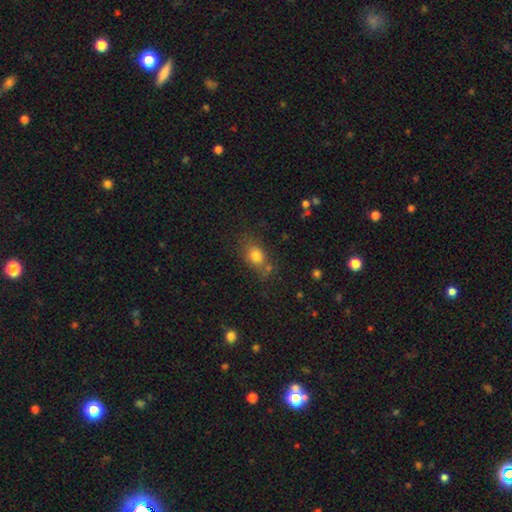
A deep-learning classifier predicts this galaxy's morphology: smooth-or-featured: smooth: 78% | star or artifact: 11% | featured or disk: 11%
  how-rounded: in between: 65% | round: 32% | cigar-shaped: 3%
  merging: none: 62% | minor disturbance: 21% | merger: 9% | major disturbance: 8%